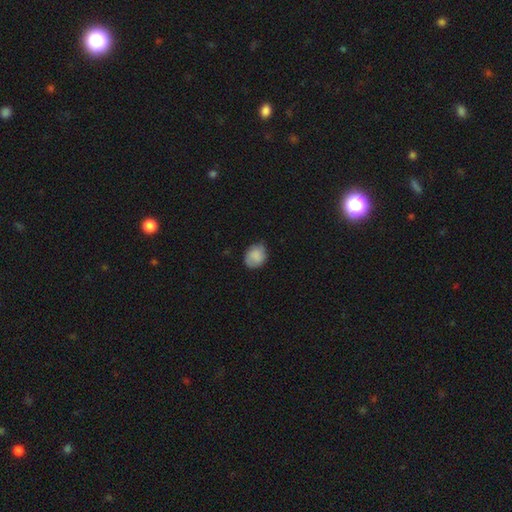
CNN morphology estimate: smooth 80%, featured or disk 12%, star or artifact 7%. Down the decision tree: how rounded — in between (52%); merging — none (66%).